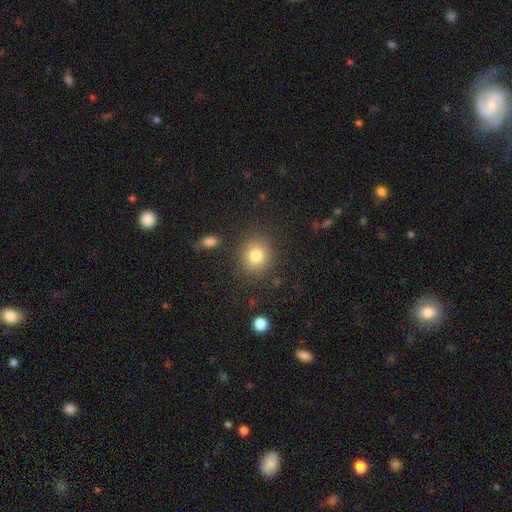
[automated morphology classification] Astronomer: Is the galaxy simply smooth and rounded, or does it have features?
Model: smooth — 82%.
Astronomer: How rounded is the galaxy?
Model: round — 85%.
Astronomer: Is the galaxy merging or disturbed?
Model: none — 85%.